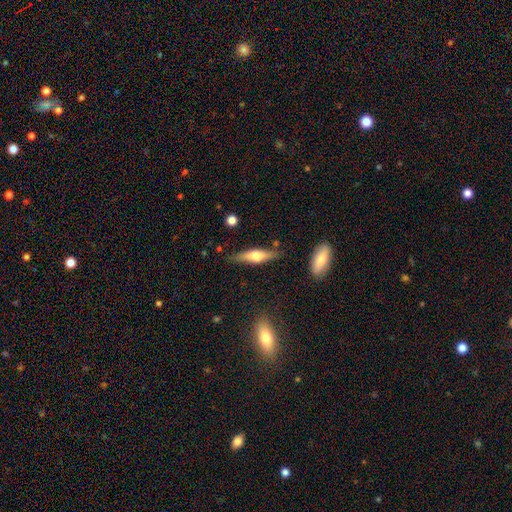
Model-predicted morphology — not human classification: smooth_or_featured: featured or disk (p=0.52) [alt: smooth p=0.42]
disk_edge_on: yes (p=0.93) [alt: no p=0.07]
merging: none (p=0.81) [alt: minor disturbance p=0.13]